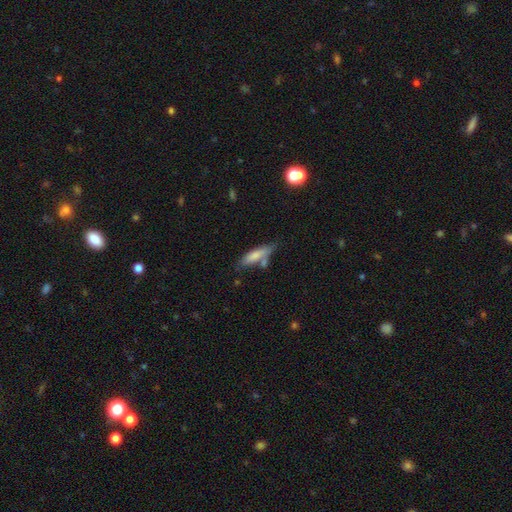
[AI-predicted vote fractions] The model was most divided on "how rounded": cigar-shaped: 59%, in between: 39%, round: 2%. More confident: smooth or featured — smooth (75%); merging — none (56%).